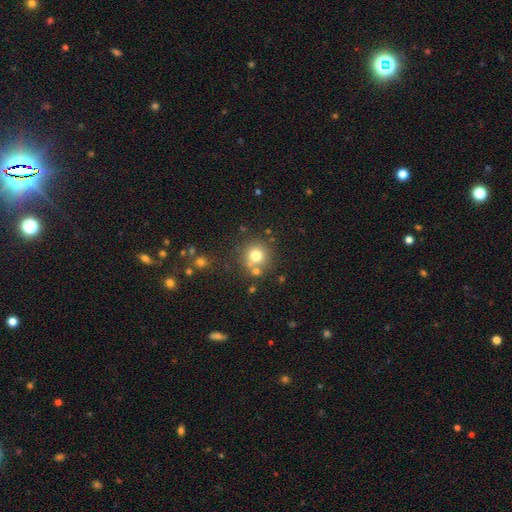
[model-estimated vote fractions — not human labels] This is likely a smooth galaxy (75%). How rounded: clearly round (92%). Merging: likely none (72%).